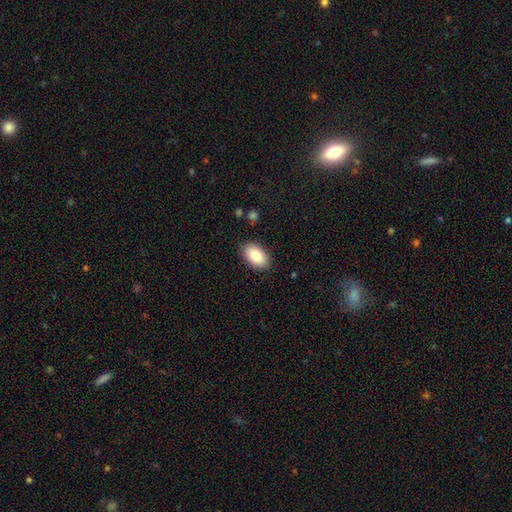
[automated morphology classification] smooth-or-featured: smooth: 85% | featured or disk: 9% | star or artifact: 7%
  how-rounded: in between: 92% | round: 7% | cigar-shaped: 1%
  merging: none: 88% | minor disturbance: 9% | major disturbance: 2% | merger: 1%